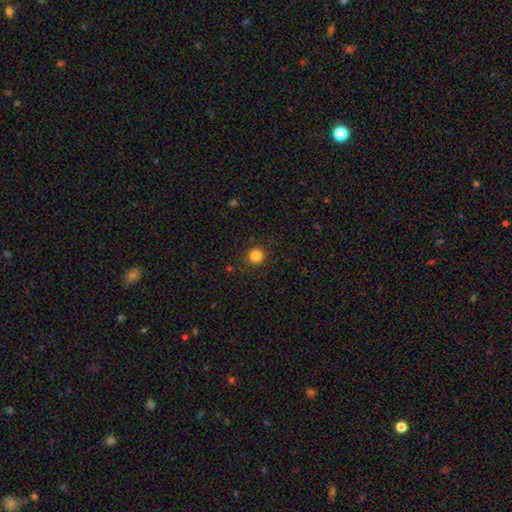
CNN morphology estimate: Overall: smooth (84%). How rounded: round (94%). Merging: none (90%).